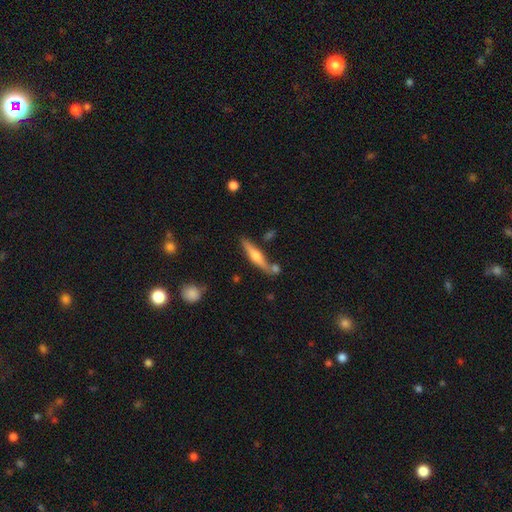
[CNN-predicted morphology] Q: Smooth or featured?
A: featured or disk (58%); runner-up: smooth (36%)
Q: Edge-on disk?
A: yes (95%); runner-up: no (5%)
Q: Edge-on bulge?
A: rounded (91%); runner-up: boxy (5%)
Q: Merging?
A: none (72%); runner-up: merger (13%)